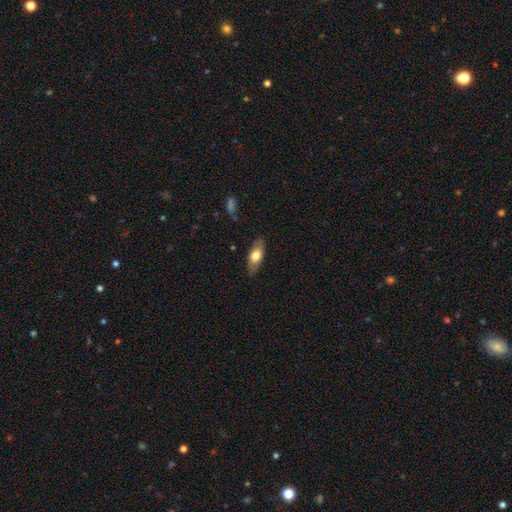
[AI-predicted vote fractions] smooth 67%, featured or disk 27%, star or artifact 6%. Down the decision tree: how rounded — in between (77%); merging — none (83%).